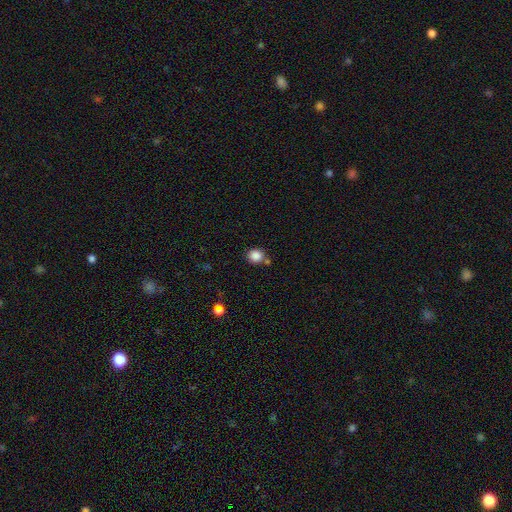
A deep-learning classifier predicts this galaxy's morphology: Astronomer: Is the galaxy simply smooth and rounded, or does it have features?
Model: smooth — 86%.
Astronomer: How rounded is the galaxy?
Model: round — 82%.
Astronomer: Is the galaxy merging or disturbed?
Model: none — 73%.